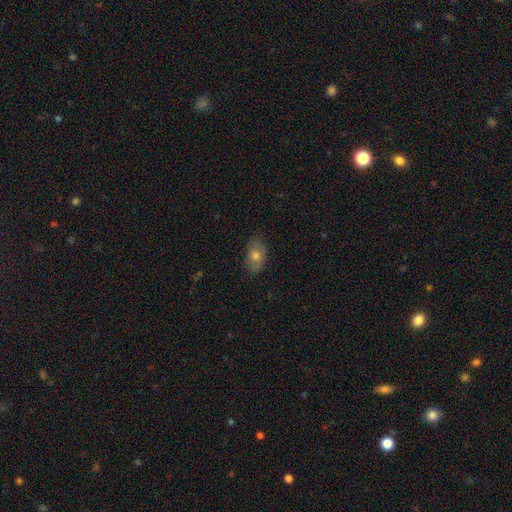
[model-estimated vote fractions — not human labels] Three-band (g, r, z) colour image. It shows a smooth galaxy with no disk features (69%) that is in between round and cigar-shaped (87%). Merging: none (81%).